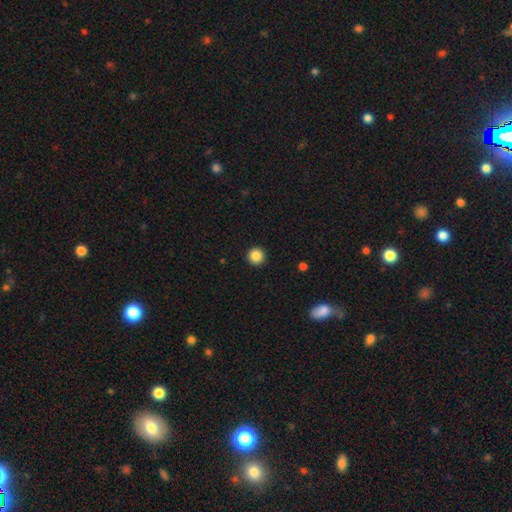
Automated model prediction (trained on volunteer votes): Smooth or featured: smooth — 86% (star or artifact — 10%)
How rounded: round — 96% (in between — 3%)
Merging: none — 93% (minor disturbance — 4%)